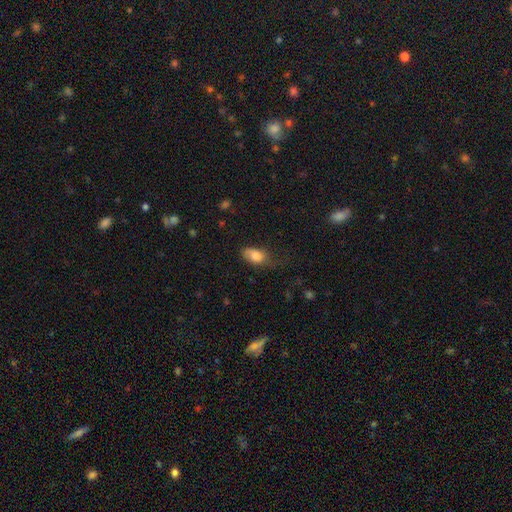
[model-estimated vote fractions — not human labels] This appears to be a smooth galaxy with no disk features (82%) that is in between round and cigar-shaped (89%). Merging: none (41%).